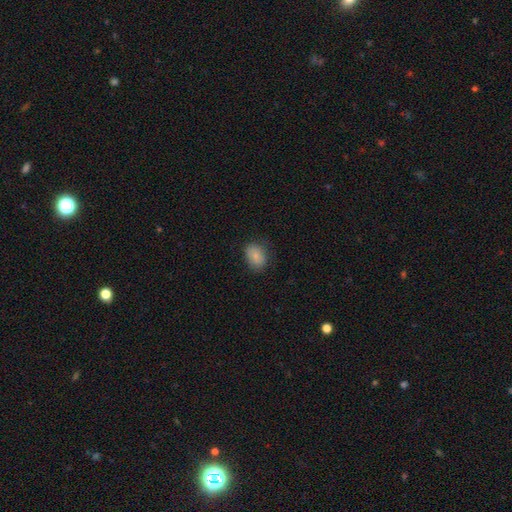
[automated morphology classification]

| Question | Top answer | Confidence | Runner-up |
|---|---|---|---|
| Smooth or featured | smooth | 84% | featured or disk (8%) |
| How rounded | in between | 70% | round (29%) |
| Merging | none | 80% | minor disturbance (16%) |